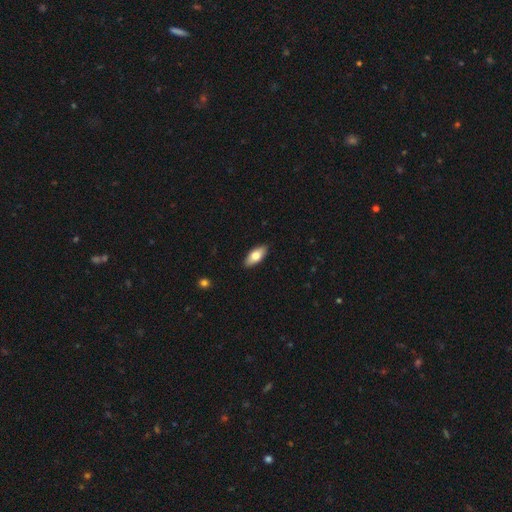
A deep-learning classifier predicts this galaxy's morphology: type=smooth (73%); roundness=in between (84%); merging=none (89%).